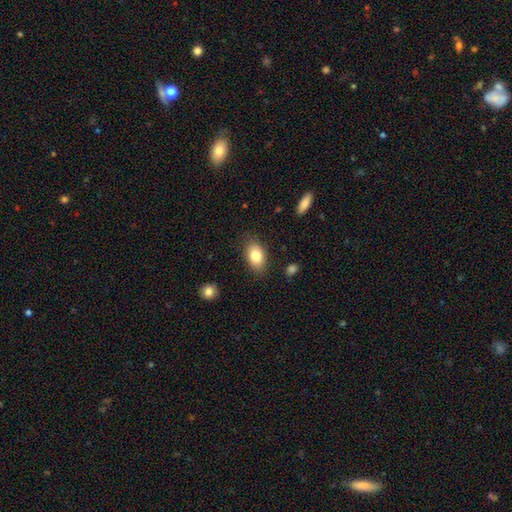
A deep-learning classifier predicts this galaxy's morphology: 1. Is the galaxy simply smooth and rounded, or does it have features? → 82% smooth, 11% featured or disk, 7% star or artifact.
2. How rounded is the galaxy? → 89% in between, 9% round, 2% cigar-shaped.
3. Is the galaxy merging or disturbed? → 84% none, 12% minor disturbance, 3% major disturbance, 1% merger.